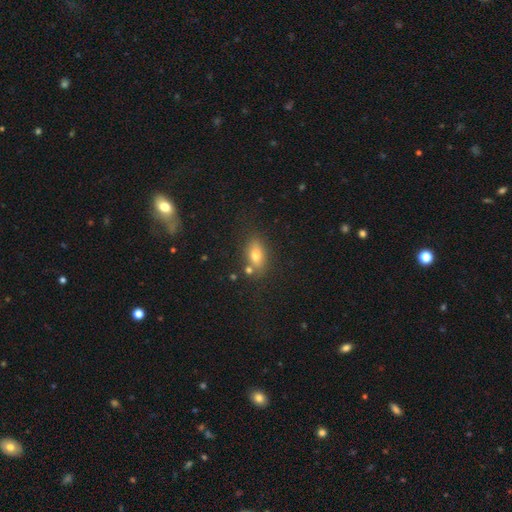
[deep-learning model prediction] The model was most divided on "merging": none: 71%, minor disturbance: 14%, merger: 11%, major disturbance: 4%. More confident: how rounded — in between (81%); smooth or featured — smooth (73%).